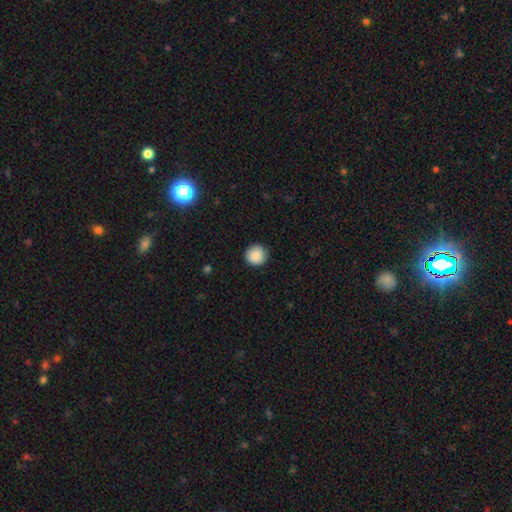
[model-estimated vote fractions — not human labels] This is clearly a smooth galaxy (85%). How rounded: clearly round (94%). Merging: clearly none (89%).